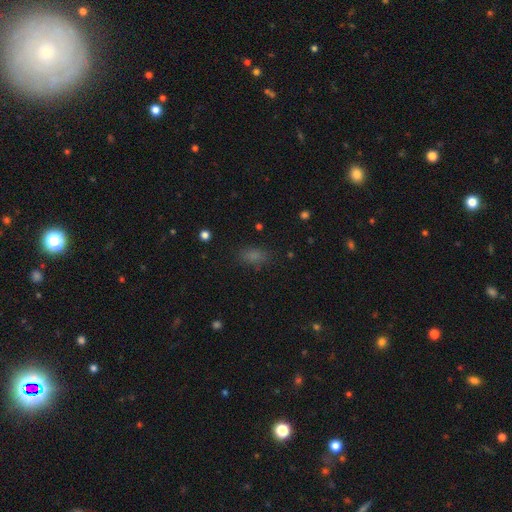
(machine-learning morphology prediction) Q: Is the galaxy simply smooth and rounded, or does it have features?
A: smooth — 72%.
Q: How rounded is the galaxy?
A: in between — 84%.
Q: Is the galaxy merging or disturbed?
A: none — 82%.